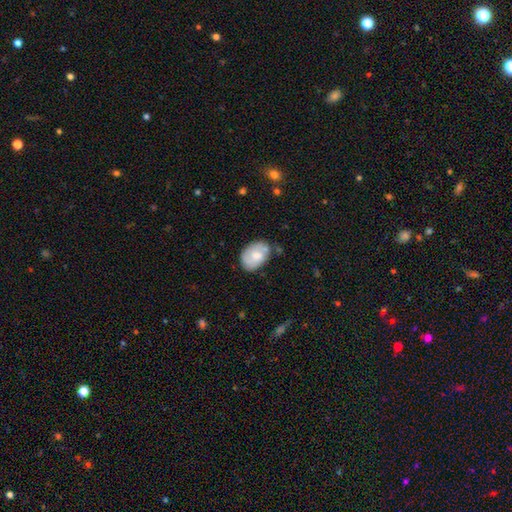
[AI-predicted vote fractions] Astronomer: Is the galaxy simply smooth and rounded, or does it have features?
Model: smooth — 60%.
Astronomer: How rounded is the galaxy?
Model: in between — 82%.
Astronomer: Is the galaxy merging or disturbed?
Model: none — 60%.